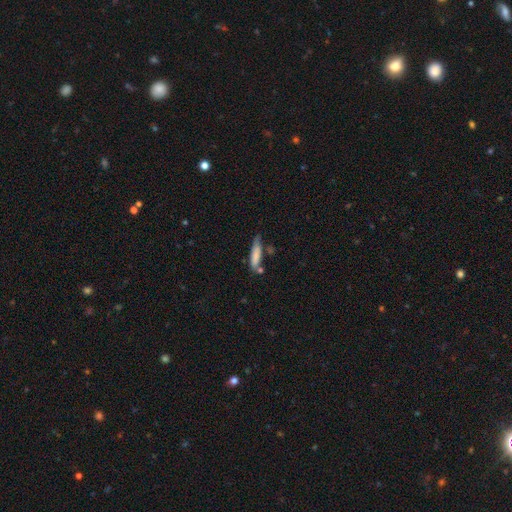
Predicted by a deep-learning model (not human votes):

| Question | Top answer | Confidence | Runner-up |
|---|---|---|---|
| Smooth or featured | smooth | 76% | featured or disk (17%) |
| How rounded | cigar-shaped | 74% | in between (24%) |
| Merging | none | 56% | minor disturbance (26%) |